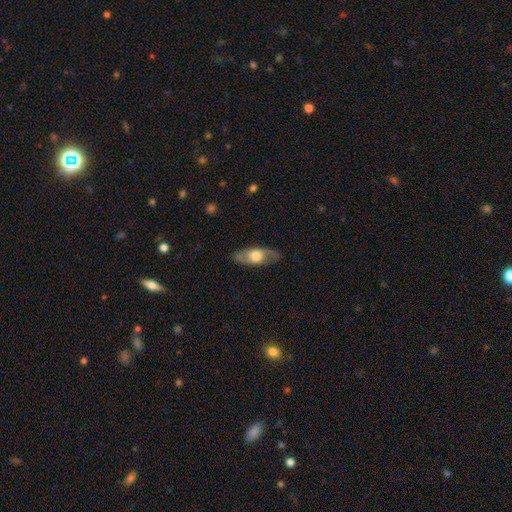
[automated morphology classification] Smooth or featured?
  - featured or disk: 54% *
  - smooth: 40%
  - star or artifact: 5%
Edge-on disk?
  - no: 59% *
  - yes: 41%
Merging?
  - none: 81% *
  - minor disturbance: 14%
  - major disturbance: 5%
  - merger: 1%